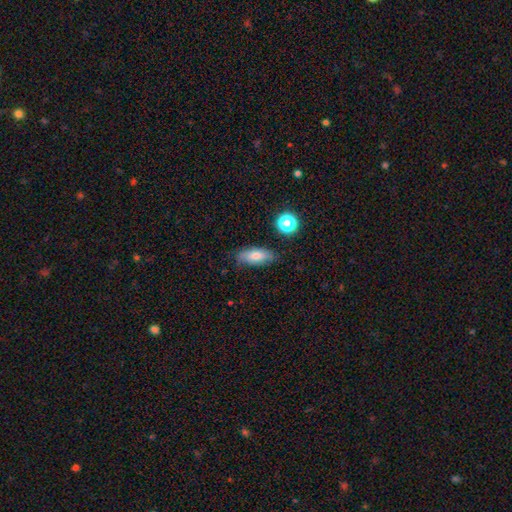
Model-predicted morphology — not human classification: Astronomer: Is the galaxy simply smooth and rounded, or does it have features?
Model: smooth — 72%.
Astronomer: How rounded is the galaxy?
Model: in between — 75%.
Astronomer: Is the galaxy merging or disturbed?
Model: none — 77%.